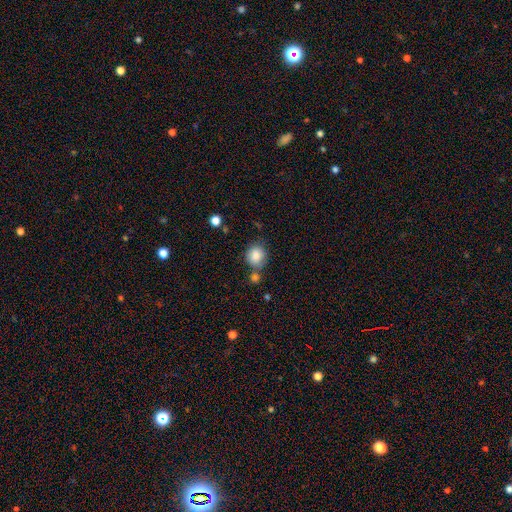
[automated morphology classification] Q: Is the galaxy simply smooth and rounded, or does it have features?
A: smooth — 86%.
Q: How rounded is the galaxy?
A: round — 75%.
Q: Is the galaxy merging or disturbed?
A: none — 62%.